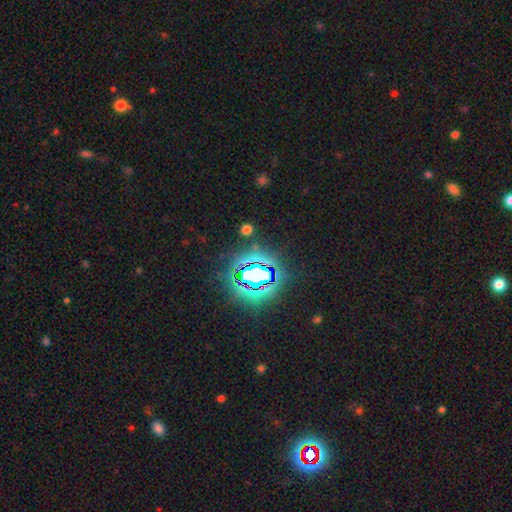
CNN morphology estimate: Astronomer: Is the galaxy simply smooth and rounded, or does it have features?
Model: star or artifact — 77%.